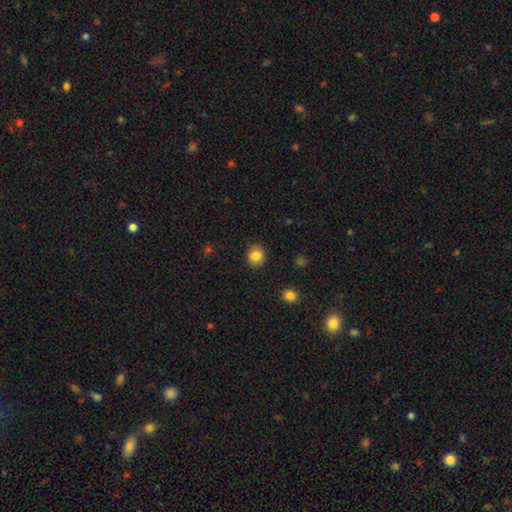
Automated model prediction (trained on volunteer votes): The model was most divided on "how rounded": round: 70%, in between: 29%, cigar-shaped: 1%. More confident: merging — none (88%); smooth or featured — smooth (84%).